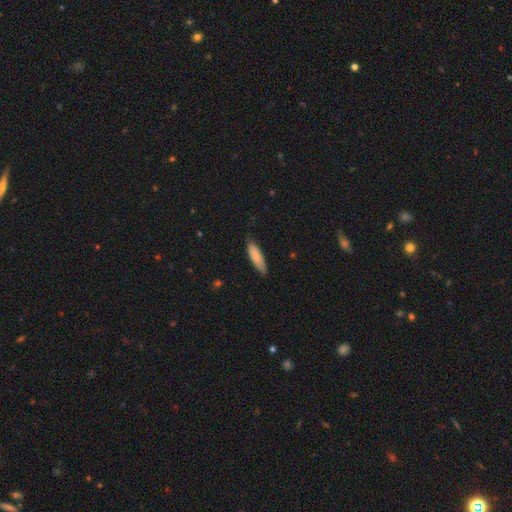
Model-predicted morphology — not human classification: The model was most divided on "how rounded": cigar-shaped: 52%, in between: 46%, round: 1%. More confident: smooth or featured — smooth (84%); merging — none (76%).